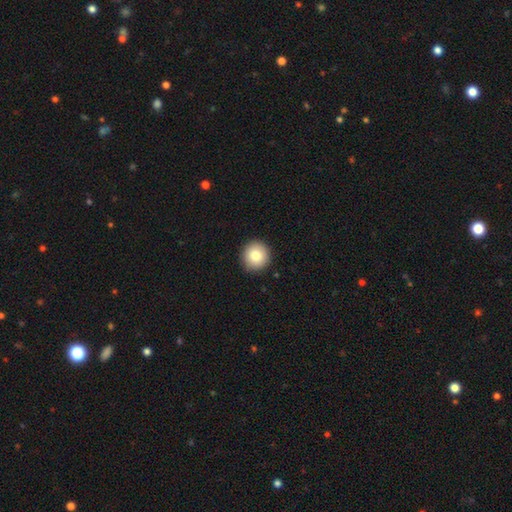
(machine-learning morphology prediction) Overall: smooth (82%). How rounded: round (95%). Merging: none (92%).